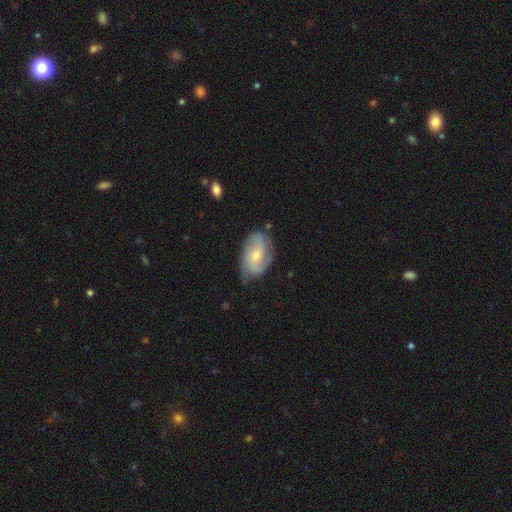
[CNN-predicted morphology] Smooth or featured?
  - featured or disk: 73% *
  - smooth: 21%
  - star or artifact: 6%
Edge-on disk?
  - no: 96% *
  - yes: 4%
Bar?
  - no: 51% *
  - weak: 40%
  - strong: 8%
Spiral arms?
  - yes: 92% *
  - no: 8%
Spiral winding?
  - medium: 44% *
  - tight: 36%
  - loose: 21%
Spiral arm count?
  - 2: 51% *
  - can't tell: 20%
  - 3: 18%
  - 1: 5%
  - 4: 4%
  - more than 4: 3%
Bulge size?
  - small: 56% *
  - moderate: 40%
  - none: 2%
  - large: 1%
  - dominant: 1%
Merging?
  - none: 65% *
  - minor disturbance: 26%
  - major disturbance: 7%
  - merger: 2%